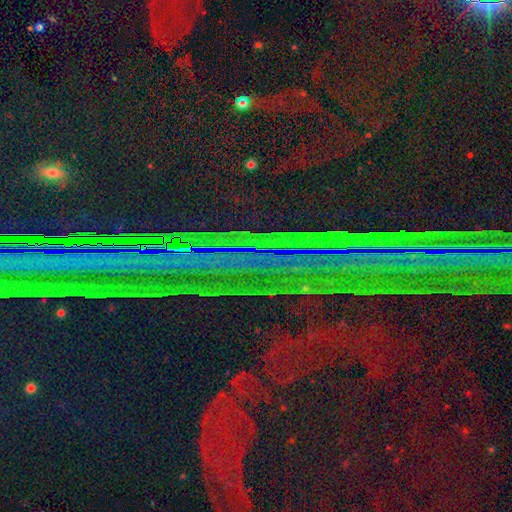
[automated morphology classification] Smooth or featured?
  - star or artifact: 88% *
  - featured or disk: 7%
  - smooth: 5%